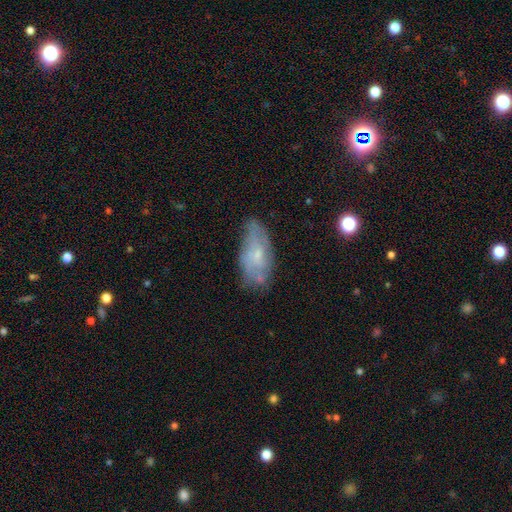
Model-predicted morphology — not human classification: Overall: featured or disk (51%; smooth 40%). Edge-on disk: no (90%). Merging: none (59%; minor disturbance 29%).